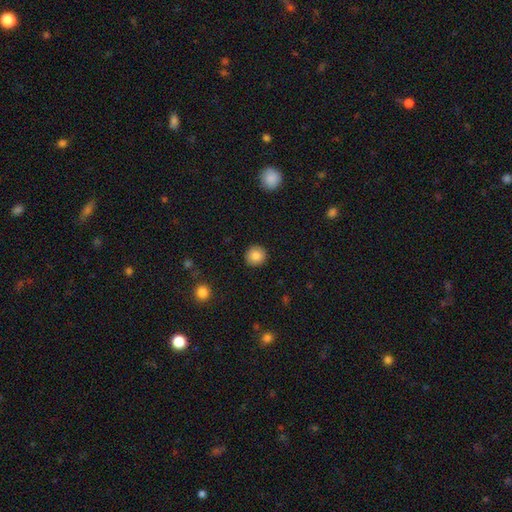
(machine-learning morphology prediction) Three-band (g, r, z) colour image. It shows a smooth galaxy with no disk features (86%) that is round (94%). Merging: none (92%).